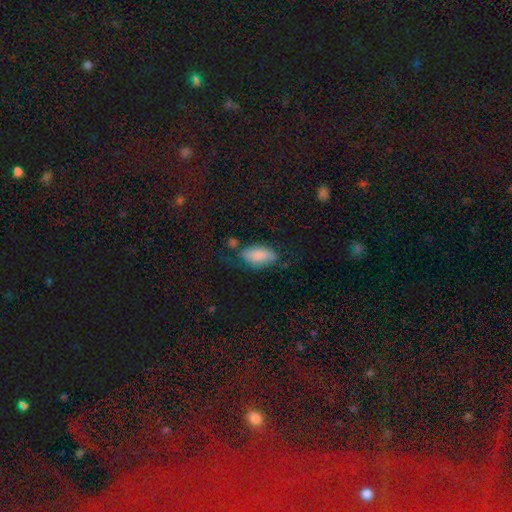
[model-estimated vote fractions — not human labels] Smooth or featured? smooth (78%)
How rounded? in between (93%)
Merging? none (54%)